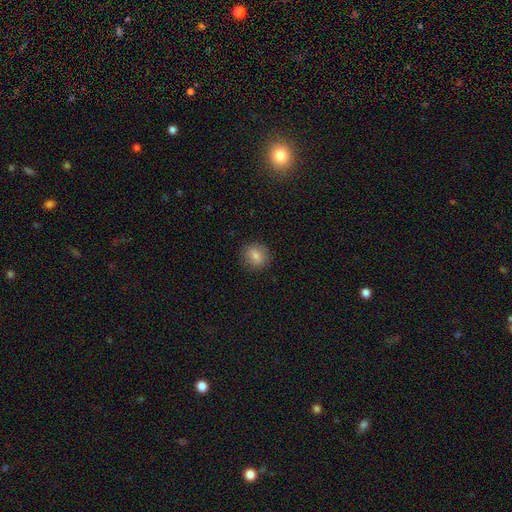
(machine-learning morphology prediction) smooth_or_featured: smooth (p=0.77) [alt: star or artifact p=0.12]
how_rounded: round (p=0.80) [alt: in between p=0.19]
merging: none (p=0.88) [alt: minor disturbance p=0.08]